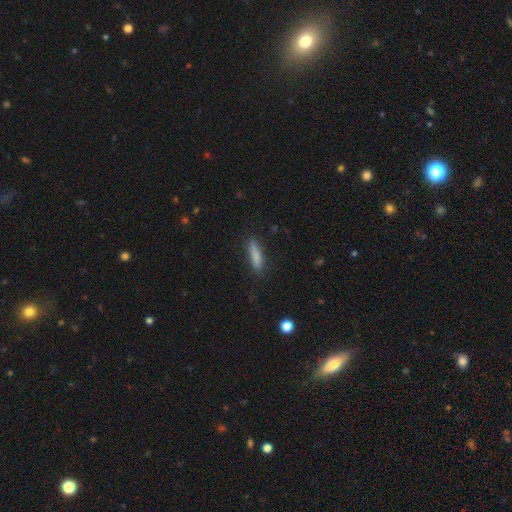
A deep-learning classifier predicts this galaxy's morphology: type=smooth (82%); roundness=cigar-shaped (81%); merging=none (85%).